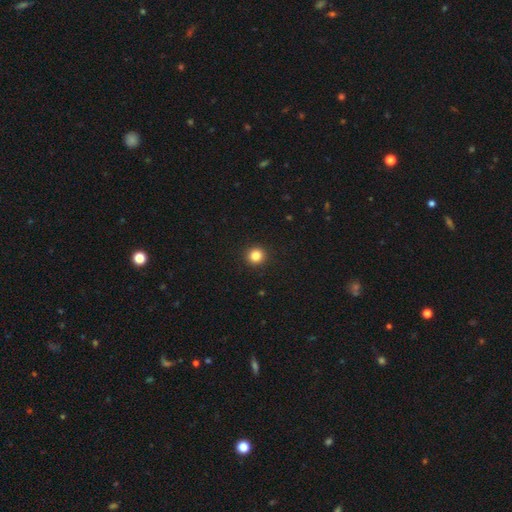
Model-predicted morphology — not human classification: A smooth galaxy with no disk features (84%) that is round (95%). Merging: none (93%).